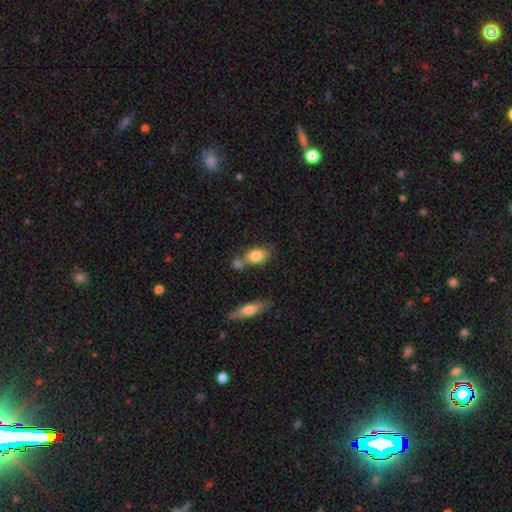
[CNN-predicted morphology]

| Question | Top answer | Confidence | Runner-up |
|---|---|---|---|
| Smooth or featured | smooth | 80% | featured or disk (13%) |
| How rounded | in between | 79% | round (16%) |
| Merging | none | 50% | merger (31%) |